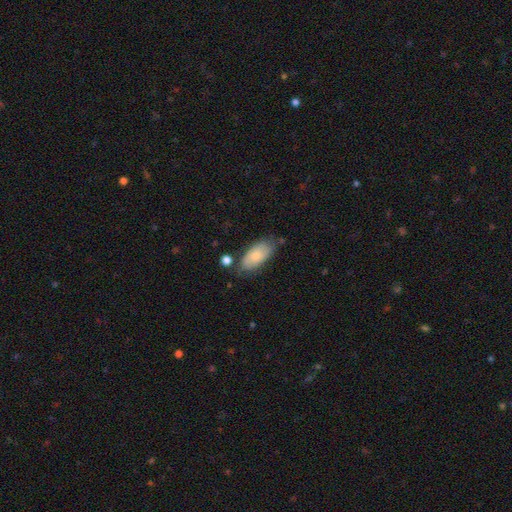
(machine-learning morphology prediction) This appears to be a smooth galaxy with no disk features (76%) that is in between round and cigar-shaped (91%). Merging: none (66%).